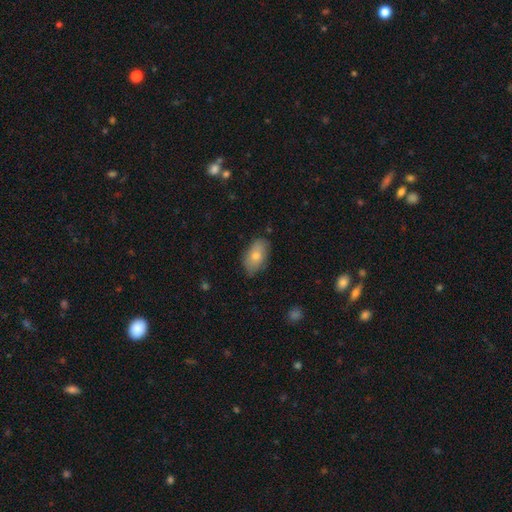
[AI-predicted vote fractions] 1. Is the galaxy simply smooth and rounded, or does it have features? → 76% smooth, 18% featured or disk, 6% star or artifact.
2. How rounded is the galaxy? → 93% in between, 5% round, 2% cigar-shaped.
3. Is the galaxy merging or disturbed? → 76% none, 20% minor disturbance, 3% major disturbance, 1% merger.